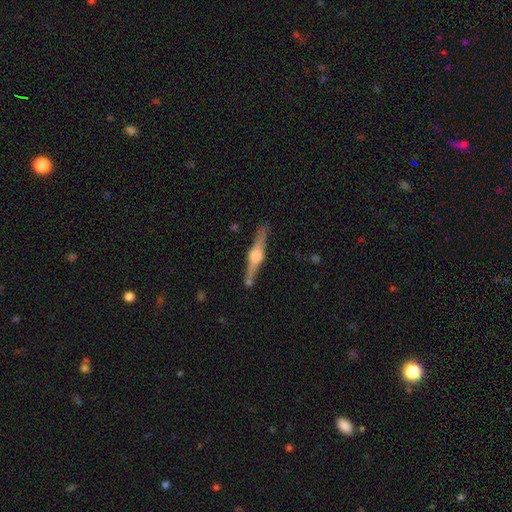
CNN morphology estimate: Smooth or featured?
  - featured or disk: 79% *
  - smooth: 15%
  - star or artifact: 6%
Edge-on disk?
  - yes: 98% *
  - no: 2%
Edge-on bulge?
  - rounded: 92% *
  - boxy: 6%
  - none: 2%
Merging?
  - none: 83% *
  - minor disturbance: 10%
  - merger: 4%
  - major disturbance: 2%